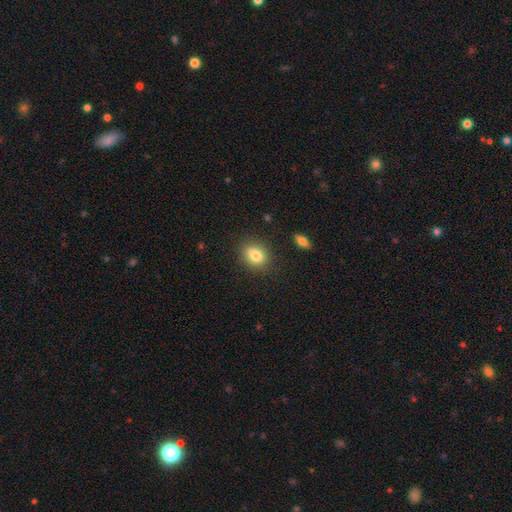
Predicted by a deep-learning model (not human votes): A smooth galaxy with no disk features (77%) that is round (54%).

Vote fractions:
- Smooth or featured? smooth: 77% / featured or disk: 12% / star or artifact: 10%
- How rounded? round: 54% / in between: 44% / cigar-shaped: 2%
- Merging? none: 70% / minor disturbance: 15% / merger: 11% / major disturbance: 4%